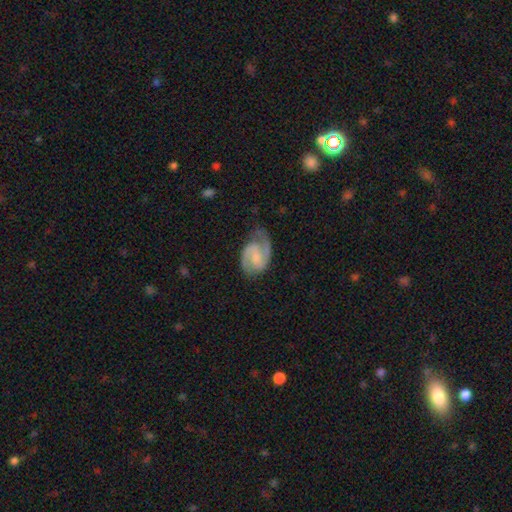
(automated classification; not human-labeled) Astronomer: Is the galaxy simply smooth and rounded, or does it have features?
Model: featured or disk — 85%.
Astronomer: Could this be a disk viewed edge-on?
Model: no — 98%.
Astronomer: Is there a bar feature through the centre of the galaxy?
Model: weak — 51% (runner-up: no, 34%).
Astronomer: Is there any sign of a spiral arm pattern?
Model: yes — 97%.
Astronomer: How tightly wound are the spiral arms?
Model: medium — 55% (runner-up: tight, 30%).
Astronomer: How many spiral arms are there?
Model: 2 — 89%.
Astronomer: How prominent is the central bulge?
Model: none — 41% (runner-up: small, 29%).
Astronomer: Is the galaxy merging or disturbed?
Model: none — 65%.